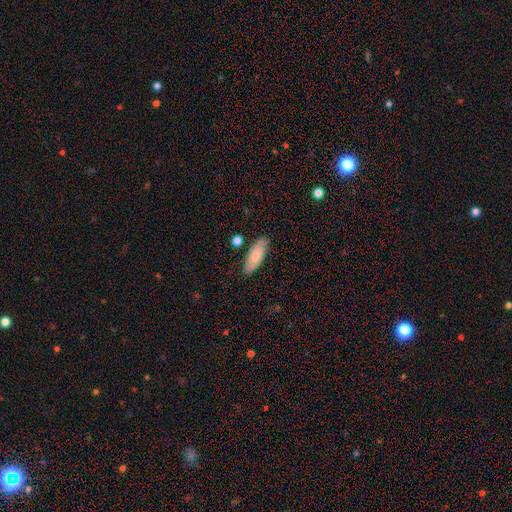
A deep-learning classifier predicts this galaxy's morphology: The model was most divided on "how rounded": in between: 72%, cigar-shaped: 26%, round: 2%. More confident: merging — none (82%); smooth or featured — smooth (72%).